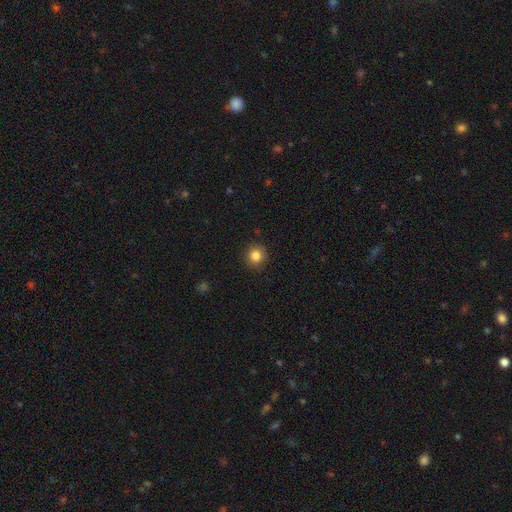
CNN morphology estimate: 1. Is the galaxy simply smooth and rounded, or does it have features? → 85% smooth, 11% star or artifact, 5% featured or disk.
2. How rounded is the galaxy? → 93% round, 6% in between, 1% cigar-shaped.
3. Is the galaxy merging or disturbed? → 90% none, 7% minor disturbance, 2% major disturbance, 1% merger.